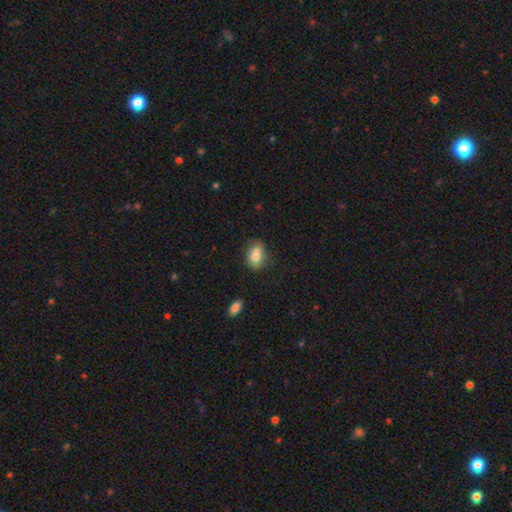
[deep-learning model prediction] A smooth galaxy with no disk features (72%) that is in between round and cigar-shaped (65%). Merging: none (40%).